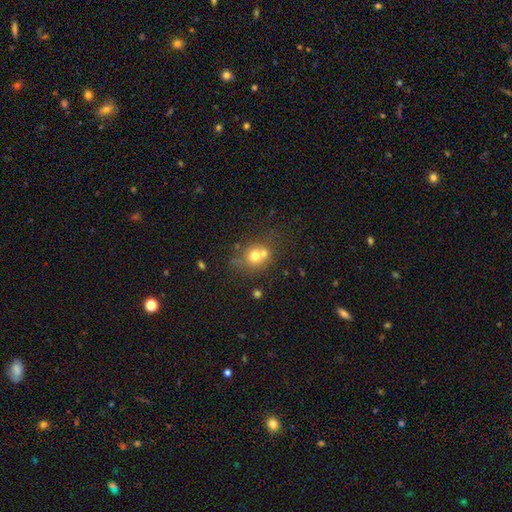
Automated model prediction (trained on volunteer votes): smooth_or_featured: smooth (p=0.67) [alt: featured or disk p=0.19]
how_rounded: round (p=0.79) [alt: in between p=0.20]
merging: merger (p=0.44) [alt: none p=0.43]